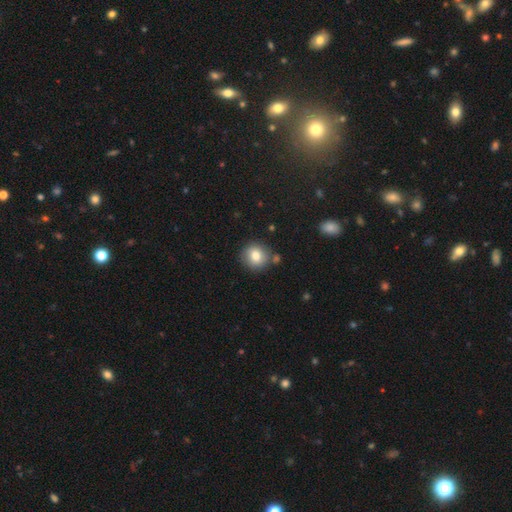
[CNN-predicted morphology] Smooth or featured: smooth — 81% (star or artifact — 10%)
How rounded: round — 88% (in between — 11%)
Merging: none — 79% (minor disturbance — 10%)